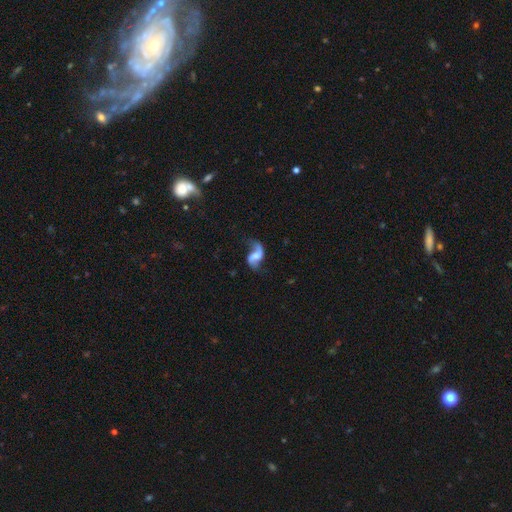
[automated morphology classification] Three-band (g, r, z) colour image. It shows a featured or disk galaxy (78%) with a weak bar (44%), 2 (85%) loose (79%) spiral arms (93%) and no central bulge (34%). Merging: none (57%).